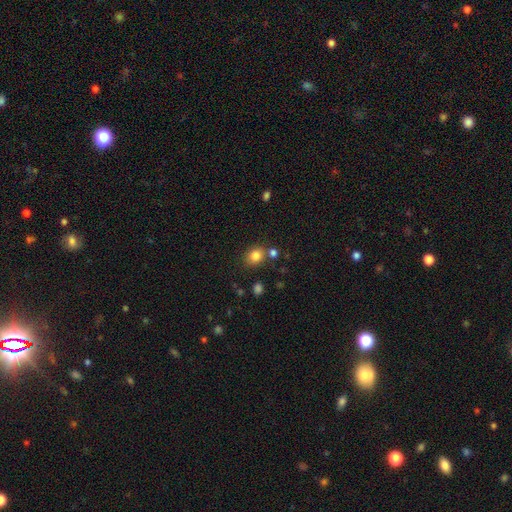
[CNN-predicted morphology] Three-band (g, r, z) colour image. It shows a smooth galaxy with no disk features (82%) that is round (64%). Merging: none (73%).